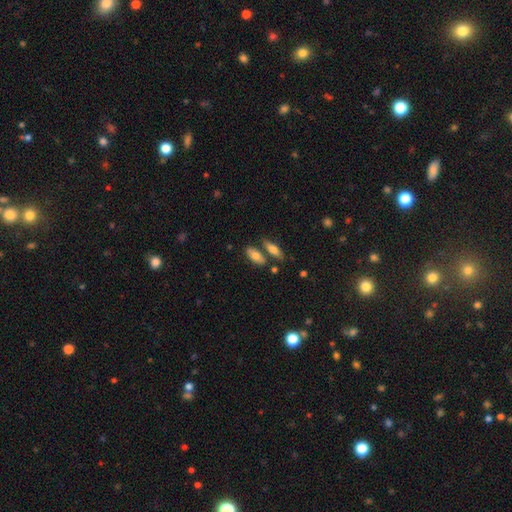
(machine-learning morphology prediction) A smooth galaxy with no disk features (74%) that is in between round and cigar-shaped (77%).

Vote fractions:
- Smooth or featured? smooth: 74% / featured or disk: 19% / star or artifact: 7%
- How rounded? in between: 77% / cigar-shaped: 19% / round: 3%
- Merging? none: 63% / merger: 22% / minor disturbance: 12% / major disturbance: 4%